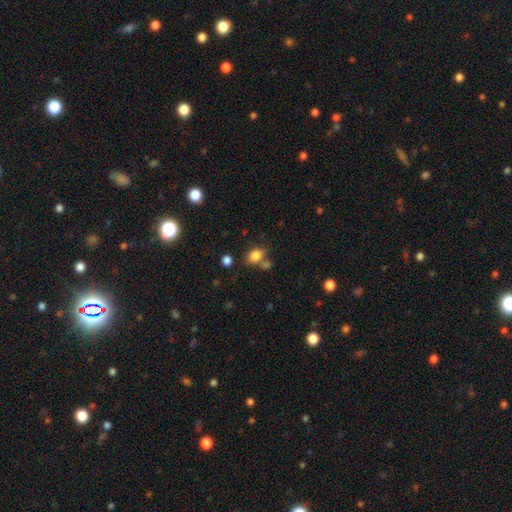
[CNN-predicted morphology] This appears to be a smooth galaxy with no disk features (82%) that is in between round and cigar-shaped (67%). Merging: none (62%).